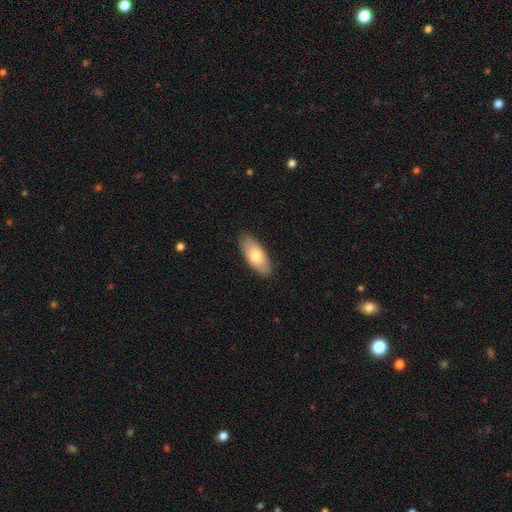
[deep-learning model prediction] This is likely a smooth galaxy (74%). How rounded: clearly in between (83%). Merging: clearly none (87%).